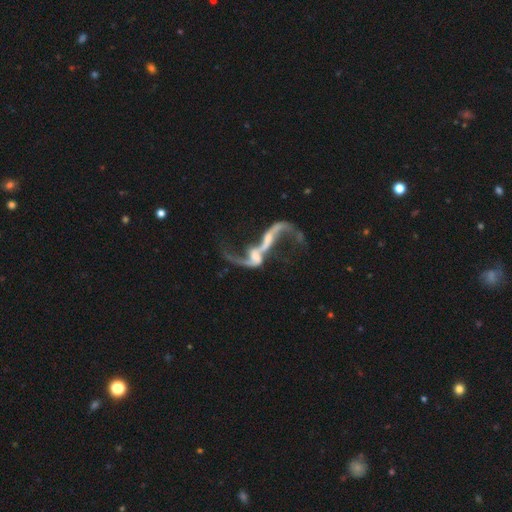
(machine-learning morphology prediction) featured or disk 82%, star or artifact 9%, smooth 8%. Down the decision tree: edge-on disk — no (92%); bar — no (42%); spiral arms — yes (79%); spiral arm count — 2 (82%); spiral winding — loose (92%); bulge size — none (36%); merging — merger (52%).